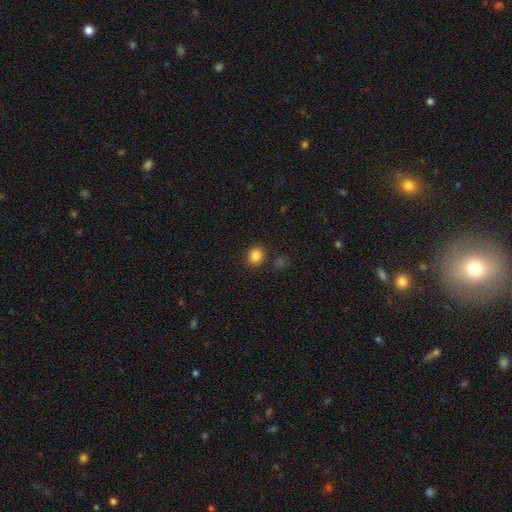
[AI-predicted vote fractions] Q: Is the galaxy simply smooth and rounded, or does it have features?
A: smooth — 85%.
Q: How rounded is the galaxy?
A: round — 69%.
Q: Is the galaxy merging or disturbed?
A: none — 85%.